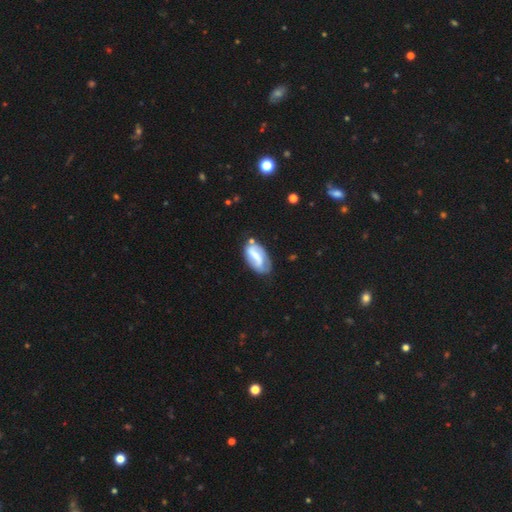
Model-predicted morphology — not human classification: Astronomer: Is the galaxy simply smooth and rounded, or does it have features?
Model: featured or disk — 57% (runner-up: smooth, 37%).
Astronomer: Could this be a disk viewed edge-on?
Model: no — 95%.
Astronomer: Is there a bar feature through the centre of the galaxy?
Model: weak — 42% (runner-up: strong, 38%).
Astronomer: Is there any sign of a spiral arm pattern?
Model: yes — 74%.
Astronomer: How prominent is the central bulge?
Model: small — 44% (runner-up: moderate, 39%).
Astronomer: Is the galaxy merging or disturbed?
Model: none — 61%.